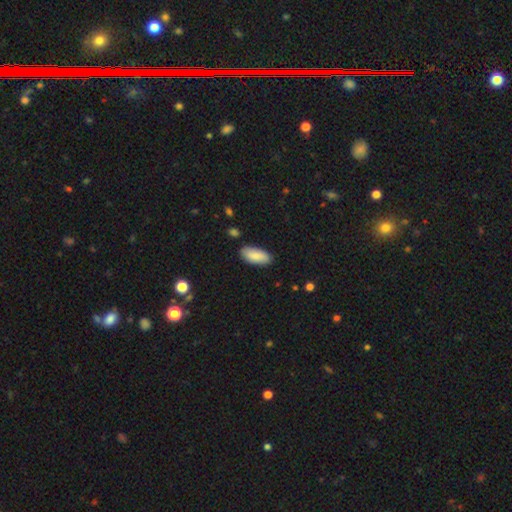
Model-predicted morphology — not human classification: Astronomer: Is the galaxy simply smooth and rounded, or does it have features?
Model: smooth — 86%.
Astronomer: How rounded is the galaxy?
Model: in between — 87%.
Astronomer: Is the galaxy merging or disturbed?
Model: none — 84%.